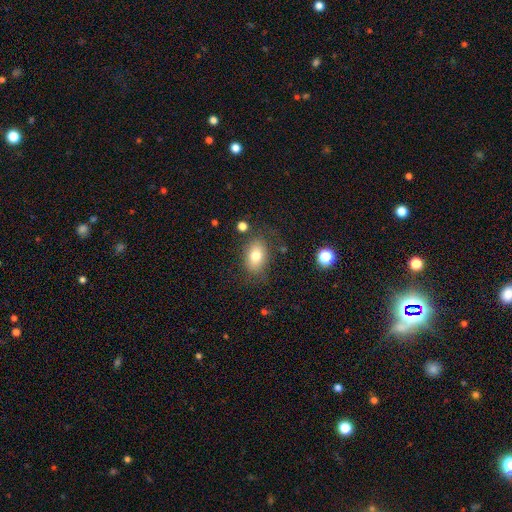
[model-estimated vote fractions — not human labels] A smooth galaxy with no disk features (76%) that is in between round and cigar-shaped (79%). Merging: none (75%).